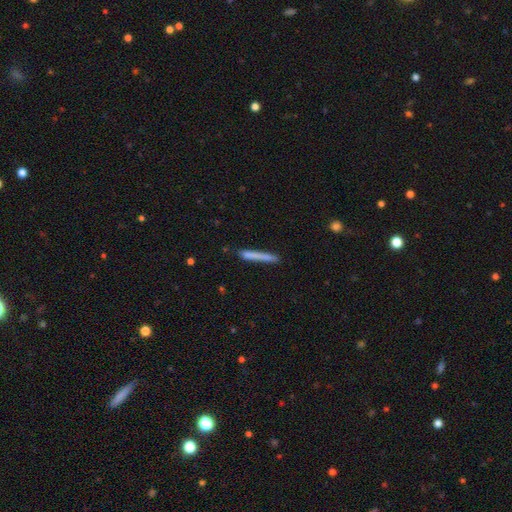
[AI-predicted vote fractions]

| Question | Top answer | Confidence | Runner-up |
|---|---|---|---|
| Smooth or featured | smooth | 70% | featured or disk (24%) |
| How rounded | cigar-shaped | 97% | in between (2%) |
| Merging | none | 84% | minor disturbance (12%) |